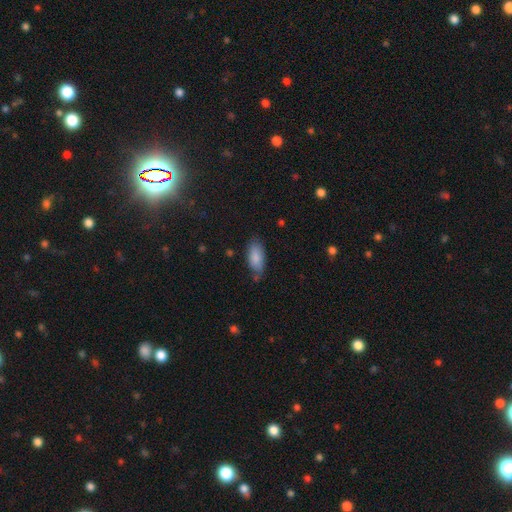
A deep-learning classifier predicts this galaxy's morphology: type=smooth (84%); roundness=in between (89%); merging=none (65%).